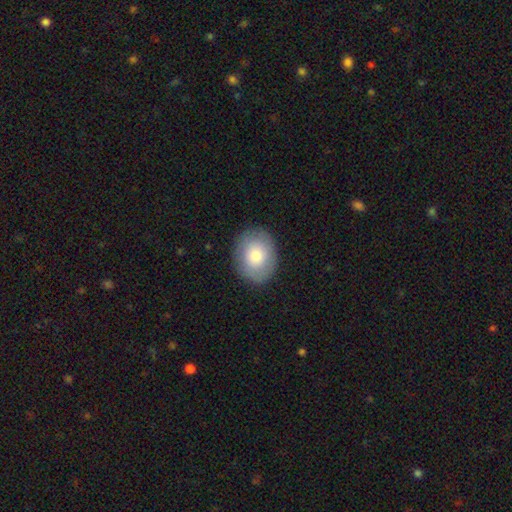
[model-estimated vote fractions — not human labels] Smooth or featured? Predicted: smooth (p=0.77). How rounded? Predicted: in between (p=0.54). Merging? Predicted: none (p=0.86).